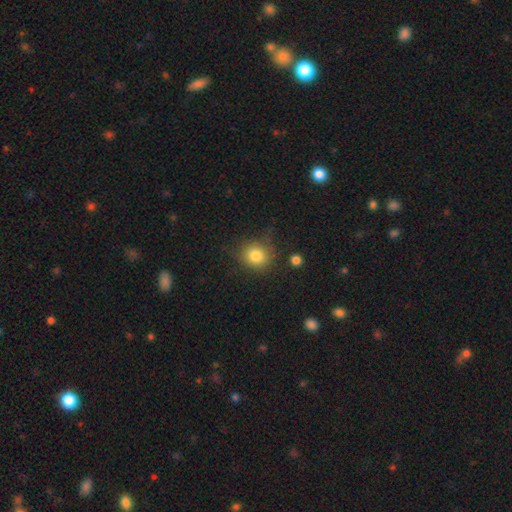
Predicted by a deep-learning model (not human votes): This appears to be a smooth galaxy with no disk features (82%) that is round (83%). Merging: none (74%).